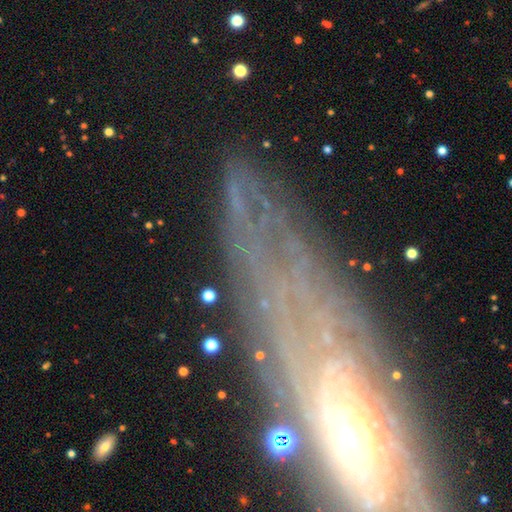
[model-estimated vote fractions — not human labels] A featured or disk galaxy (56%). Merging: none (76%).